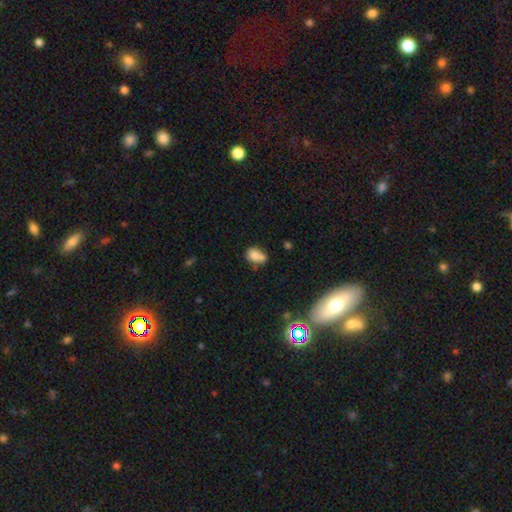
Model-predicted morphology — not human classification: This appears to be a smooth galaxy with no disk features (74%) that is in between round and cigar-shaped (65%). Merging: none (38%).